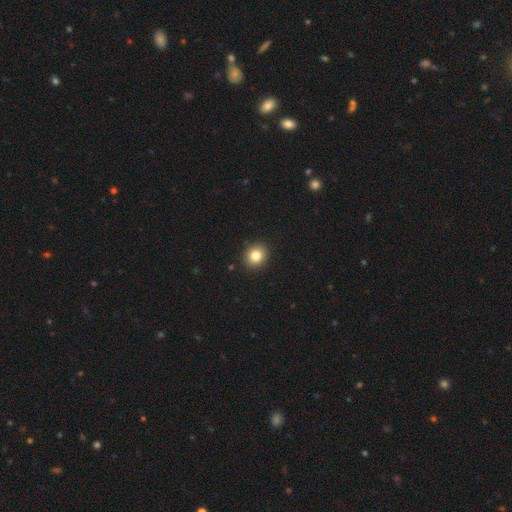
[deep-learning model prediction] This appears to be a smooth galaxy with no disk features (83%) that is round (79%). Merging: none (92%).